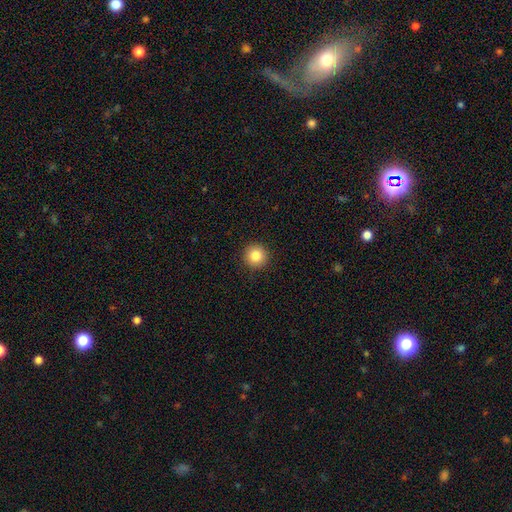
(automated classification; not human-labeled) The model was most divided on "smooth or featured": smooth: 84%, star or artifact: 10%, featured or disk: 6%. More confident: how rounded — round (95%); merging — none (92%).